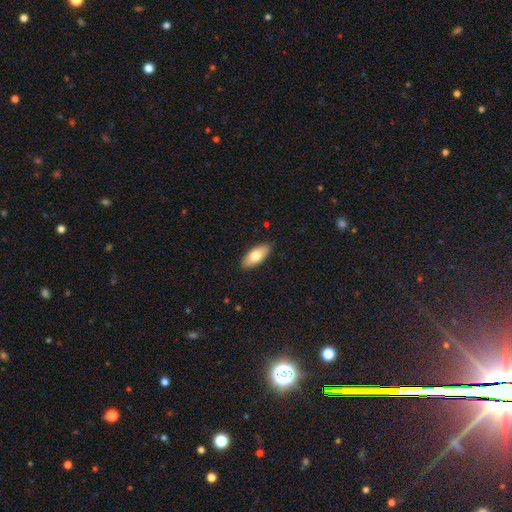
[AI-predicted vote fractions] This is likely a smooth galaxy (75%). How rounded: clearly in between (84%). Merging: clearly none (89%).